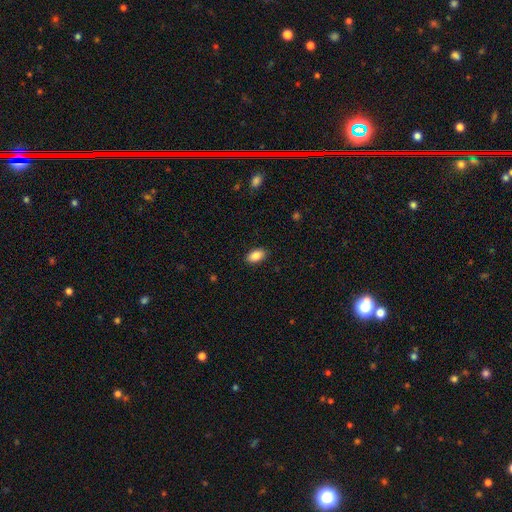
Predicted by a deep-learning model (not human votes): Overall: smooth (87%). How rounded: in between (92%). Merging: none (89%).